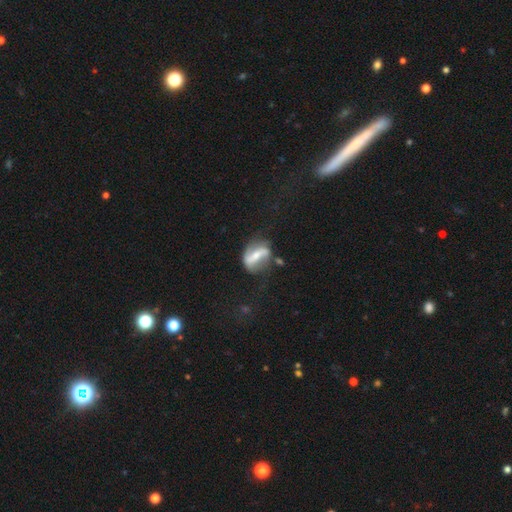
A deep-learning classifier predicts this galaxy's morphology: This is likely a featured or disk galaxy (73%). It is clearly not viewed edge-on (91%). Bar: likely strong (67%). Spiral arm pattern: likely yes (79%). Spiral arm count: clearly 2 (85%). Spiral winding: possibly loose (57%). Central bulge: marginally small (43%). Merging: possibly none (53%).